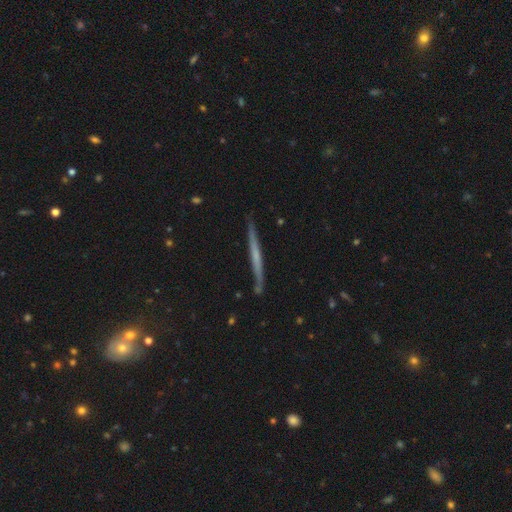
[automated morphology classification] Q: Smooth or featured?
A: featured or disk (58%); runner-up: smooth (36%)
Q: Edge-on disk?
A: yes (97%); runner-up: no (3%)
Q: Edge-on bulge?
A: none (78%); runner-up: rounded (15%)
Q: Merging?
A: none (87%); runner-up: minor disturbance (10%)